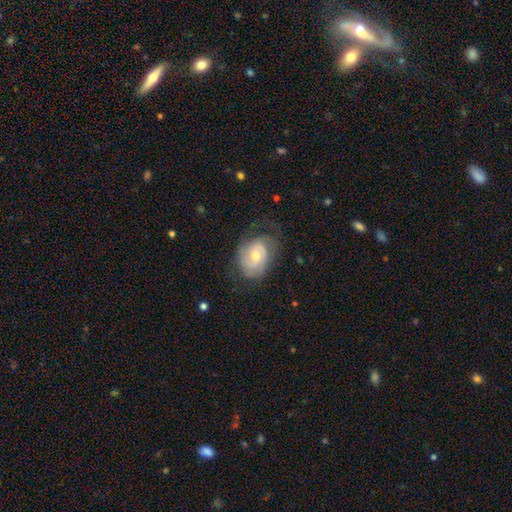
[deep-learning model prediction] Overall: featured or disk (72%). Edge-on disk: no (97%). Bar: no (68%; weak 28%). Spiral arms: yes (88%). Spiral arm count: 2 (51%; can't tell 28%). Spiral winding: tight (54%; medium 33%). Bulge size: moderate (59%; small 37%). Merging: none (60%; minor disturbance 23%).